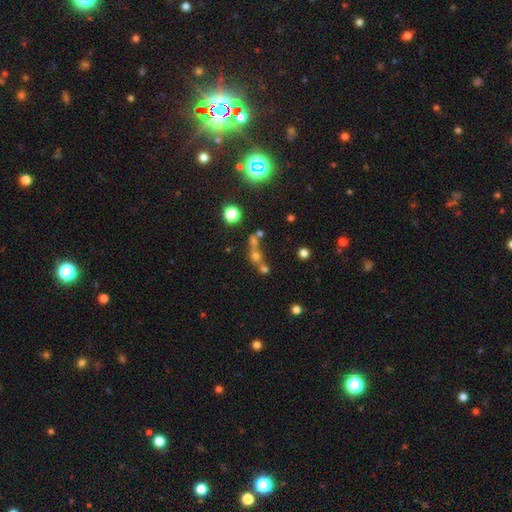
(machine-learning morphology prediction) The model was most divided on "merging": merger: 49%, none: 35%, minor disturbance: 8%, major disturbance: 7%. Remaining: smooth or featured — smooth (49%).